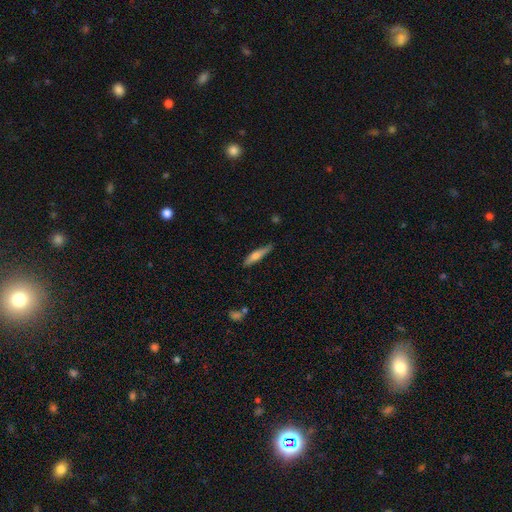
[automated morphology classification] smooth 60%, featured or disk 34%, star or artifact 6%. Down the decision tree: how rounded — cigar-shaped (84%); merging — none (78%).